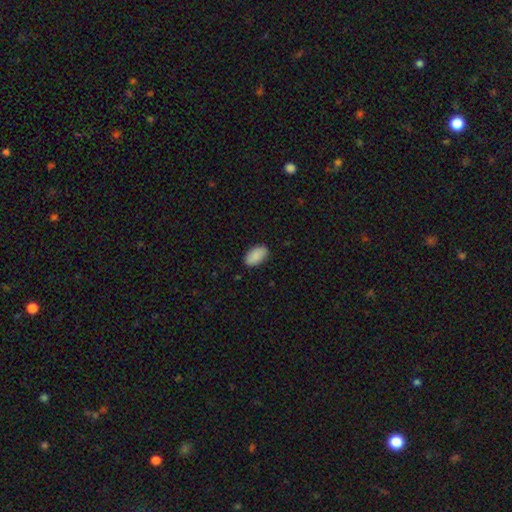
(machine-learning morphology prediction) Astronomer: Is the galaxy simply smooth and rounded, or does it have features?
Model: smooth — 89%.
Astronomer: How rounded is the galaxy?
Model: in between — 94%.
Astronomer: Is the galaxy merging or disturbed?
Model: none — 86%.